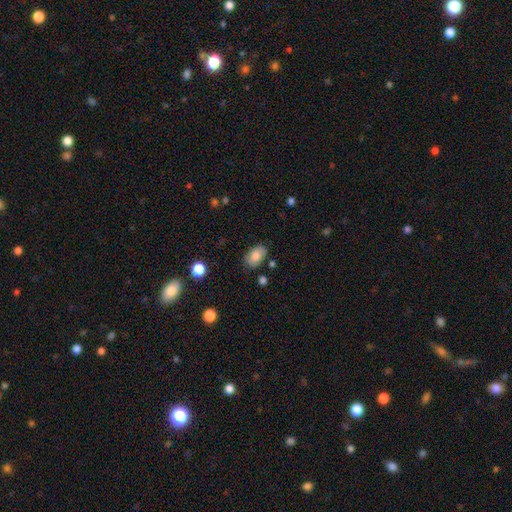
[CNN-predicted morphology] Smooth or featured? smooth (79%)
How rounded? in between (89%)
Merging? none (76%)